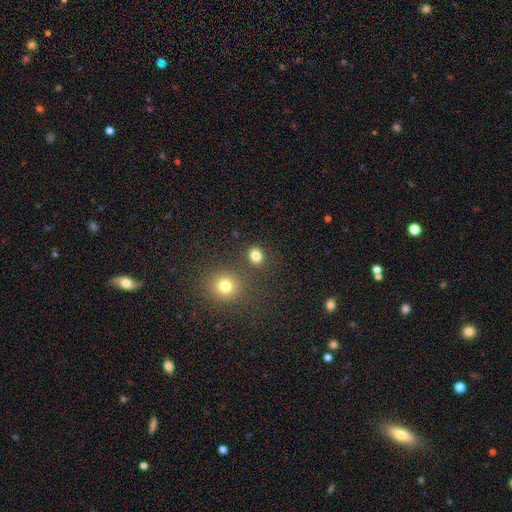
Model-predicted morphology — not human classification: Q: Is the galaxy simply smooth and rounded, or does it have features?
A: smooth — 81%.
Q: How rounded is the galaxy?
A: round — 60%.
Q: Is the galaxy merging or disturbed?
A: none — 80%.